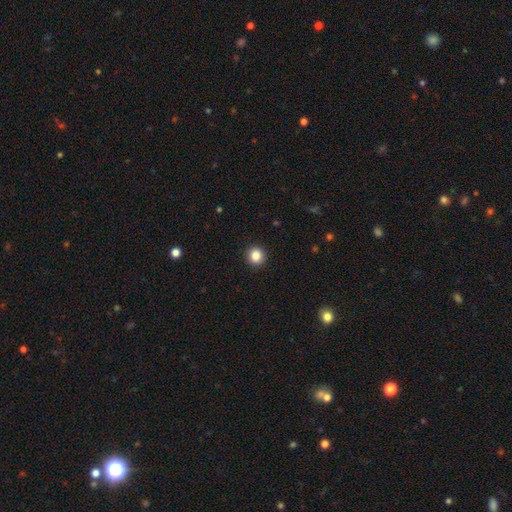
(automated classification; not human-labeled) Smooth or featured: smooth — 86% (star or artifact — 10%)
How rounded: round — 91% (in between — 8%)
Merging: none — 93% (minor disturbance — 5%)